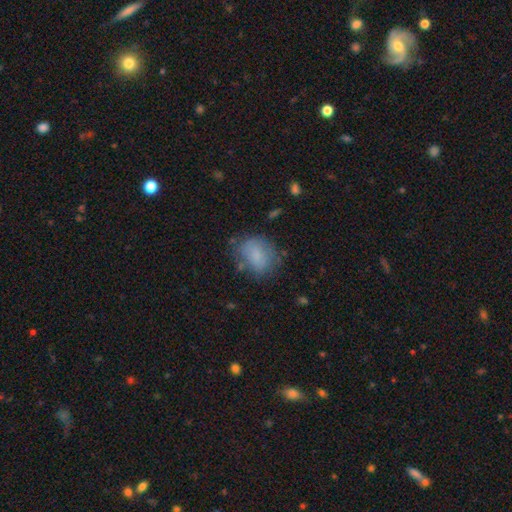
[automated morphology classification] type=smooth (77%); roundness=in between (58%); merging=none (63%).